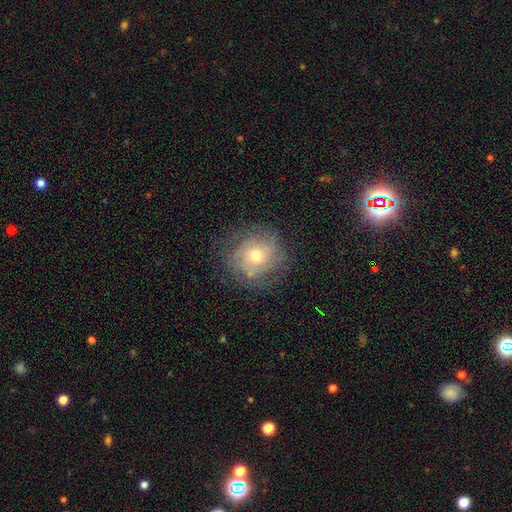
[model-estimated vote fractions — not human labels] Smooth or featured?
  - featured or disk: 59% *
  - smooth: 30%
  - star or artifact: 10%
Edge-on disk?
  - no: 97% *
  - yes: 3%
Bar?
  - no: 81% *
  - weak: 16%
  - strong: 3%
Spiral arms?
  - yes: 77% *
  - no: 23%
Bulge size?
  - moderate: 57% *
  - small: 36%
  - large: 4%
  - none: 1%
  - dominant: 1%
Merging?
  - none: 71% *
  - minor disturbance: 18%
  - major disturbance: 10%
  - merger: 2%